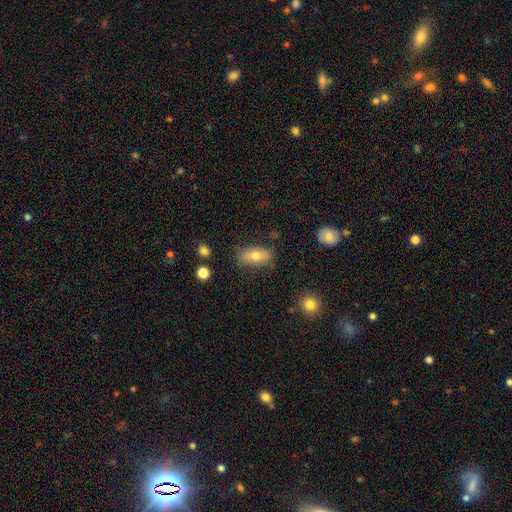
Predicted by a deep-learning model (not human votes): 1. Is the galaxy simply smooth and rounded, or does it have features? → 69% smooth, 22% featured or disk, 8% star or artifact.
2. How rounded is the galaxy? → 88% in between, 7% round, 5% cigar-shaped.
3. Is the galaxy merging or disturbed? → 72% none, 20% minor disturbance, 6% major disturbance, 2% merger.